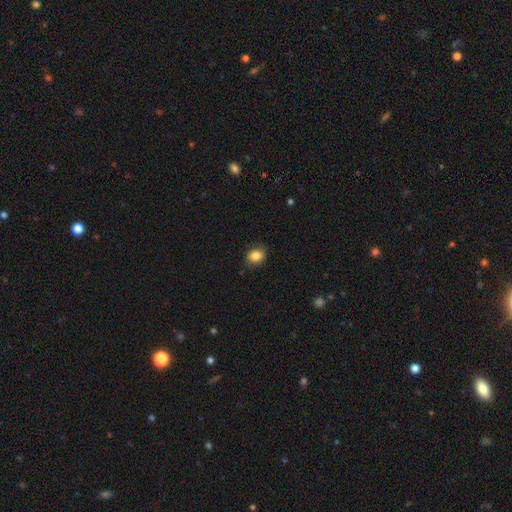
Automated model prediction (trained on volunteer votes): Smooth or featured? smooth (84%)
How rounded? round (55%)
Merging? none (83%)